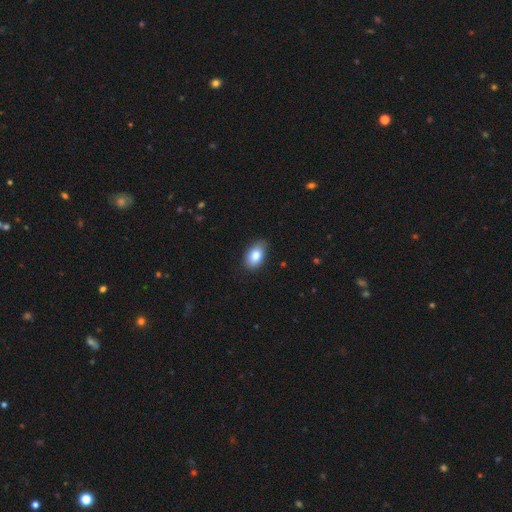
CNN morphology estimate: type=smooth (82%); roundness=in between (90%); merging=none (79%).